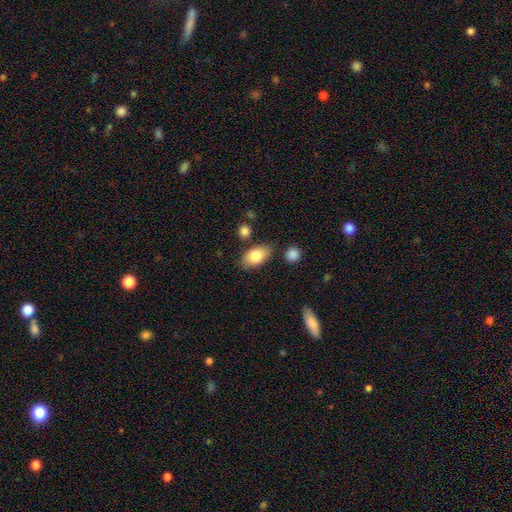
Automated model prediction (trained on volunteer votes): This is clearly a smooth galaxy (81%). How rounded: clearly in between (92%). Merging: likely none (80%).